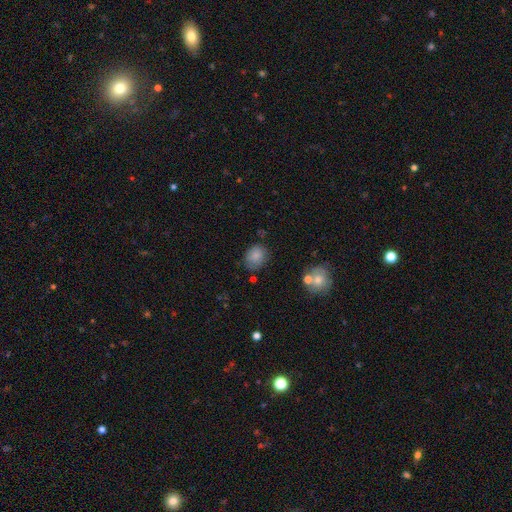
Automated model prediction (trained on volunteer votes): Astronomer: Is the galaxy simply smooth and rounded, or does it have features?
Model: smooth — 84%.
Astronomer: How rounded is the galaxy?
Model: in between — 50% (runner-up: round, 48%).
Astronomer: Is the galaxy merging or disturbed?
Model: none — 70%.